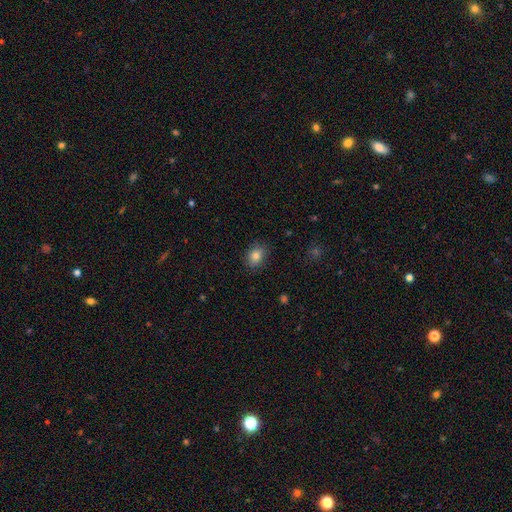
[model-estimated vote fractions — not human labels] Overall: smooth (83%). How rounded: in between (57%; round 42%). Merging: none (84%).